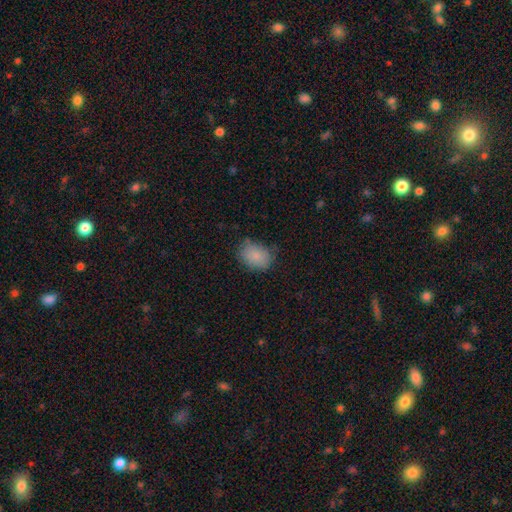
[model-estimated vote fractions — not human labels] This is clearly a smooth galaxy (85%). How rounded: likely in between (70%). Merging: likely none (74%).